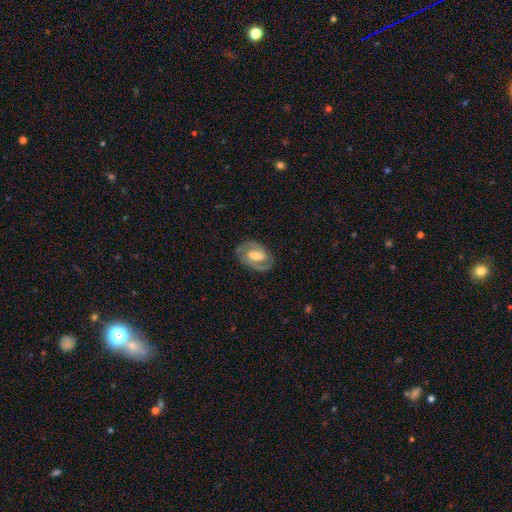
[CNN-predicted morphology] This is clearly a featured or disk galaxy (81%). It is clearly not viewed edge-on (97%). Bar: possibly weak (48%). Spiral arm pattern: clearly yes (90%). Spiral arm count: clearly 2 (88%). Spiral winding: possibly medium (47%). Central bulge: likely moderate (61%). Merging: clearly none (83%).